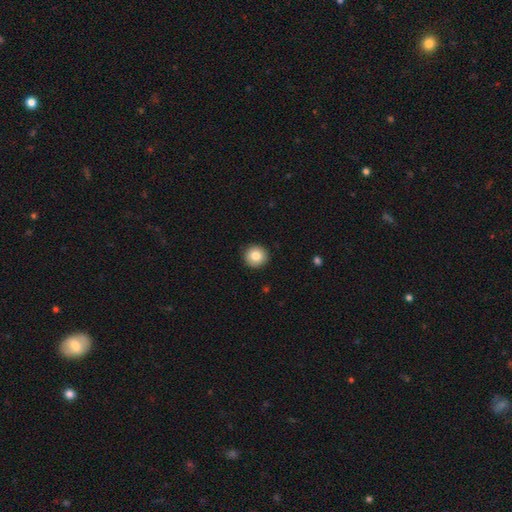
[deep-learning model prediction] smooth 83%, star or artifact 9%, featured or disk 8%. Down the decision tree: how rounded — round (94%); merging — none (92%).